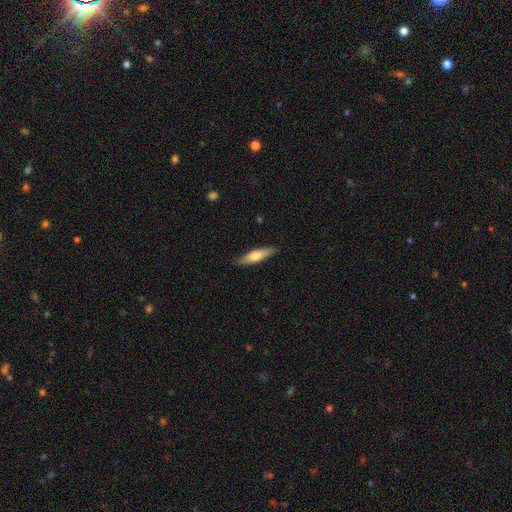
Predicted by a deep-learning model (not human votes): Morphology: type=smooth (52%); roundness=cigar-shaped (76%); merging=none (88%).